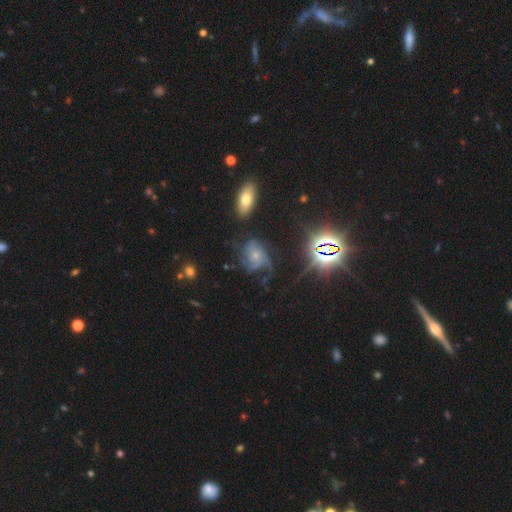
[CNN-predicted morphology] This appears to be a featured or disk galaxy (62%) with no bar (80%), 3 (34%) medium (41%) spiral arms (88%) and a small central bulge (58%). Merging: none (42%).